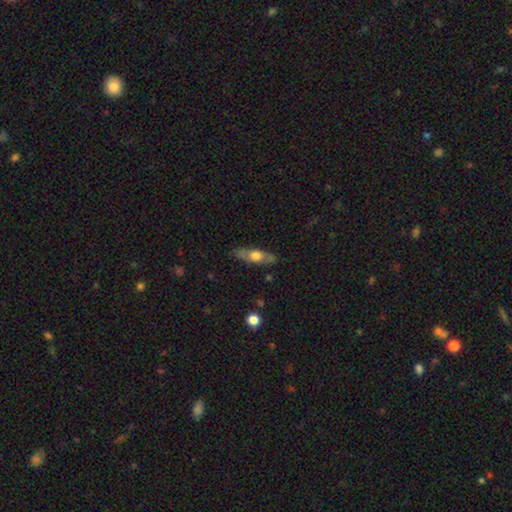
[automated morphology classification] Smooth or featured? smooth (50%)
How rounded? in between (49%)
Merging? none (79%)